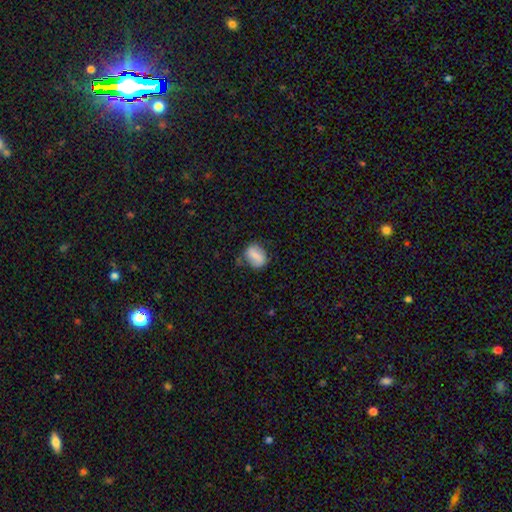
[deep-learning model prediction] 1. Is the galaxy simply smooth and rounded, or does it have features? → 70% smooth, 22% featured or disk, 8% star or artifact.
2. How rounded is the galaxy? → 55% in between, 43% round, 2% cigar-shaped.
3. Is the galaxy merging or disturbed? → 67% none, 23% minor disturbance, 7% major disturbance, 3% merger.